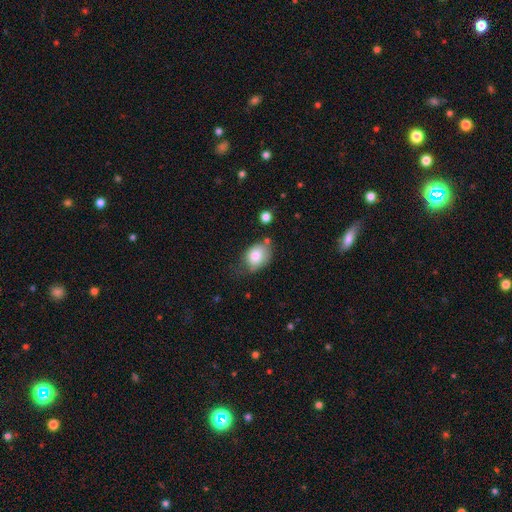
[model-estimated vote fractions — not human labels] Q: Smooth or featured?
A: smooth (81%); runner-up: featured or disk (12%)
Q: How rounded?
A: in between (71%); runner-up: round (28%)
Q: Merging?
A: none (47%); runner-up: minor disturbance (34%)